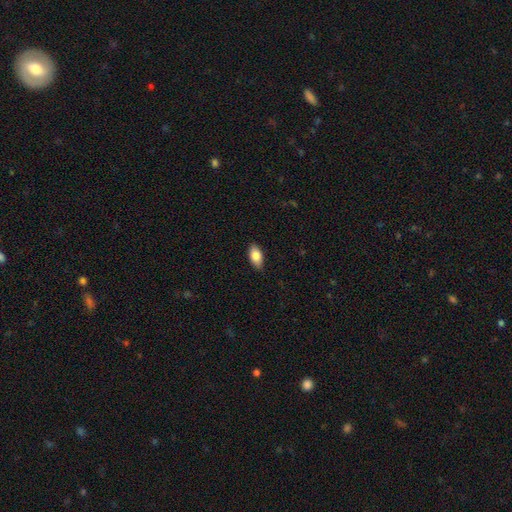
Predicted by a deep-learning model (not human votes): Smooth or featured: smooth — 83% (featured or disk — 10%)
How rounded: in between — 91% (cigar-shaped — 5%)
Merging: none — 87% (minor disturbance — 10%)